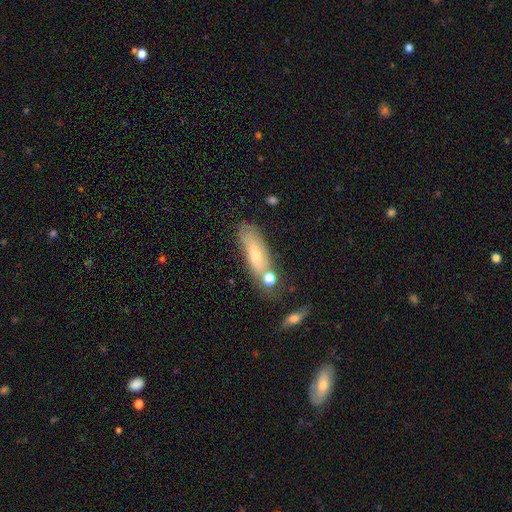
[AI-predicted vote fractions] Smooth or featured? Predicted: smooth (p=0.57). How rounded? Predicted: in between (p=0.55). Merging? Predicted: none (p=0.55).